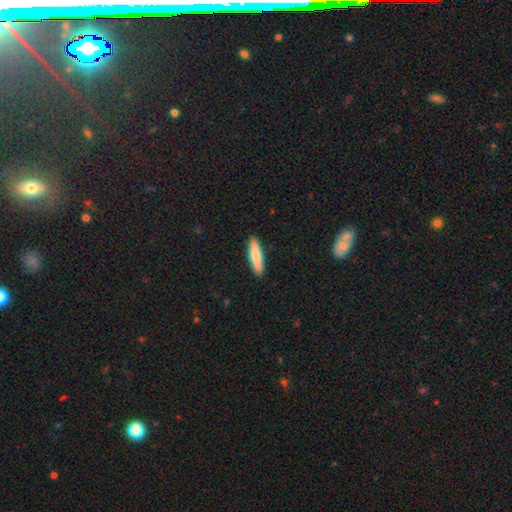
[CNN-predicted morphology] Smooth or featured? Predicted: smooth (p=0.79). How rounded? Predicted: cigar-shaped (p=0.75). Merging? Predicted: none (p=0.91).